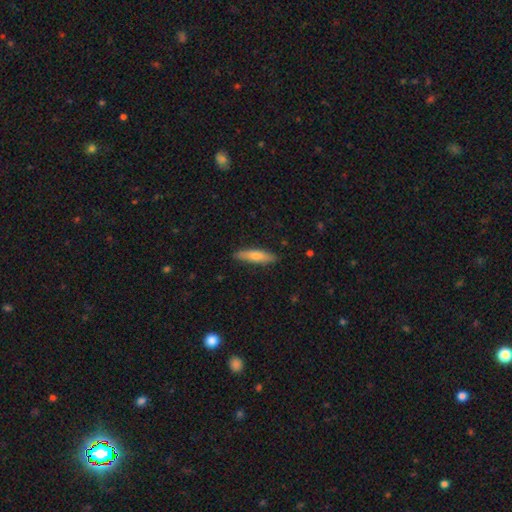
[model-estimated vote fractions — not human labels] Smooth or featured? smooth (66%)
How rounded? cigar-shaped (81%)
Merging? none (88%)